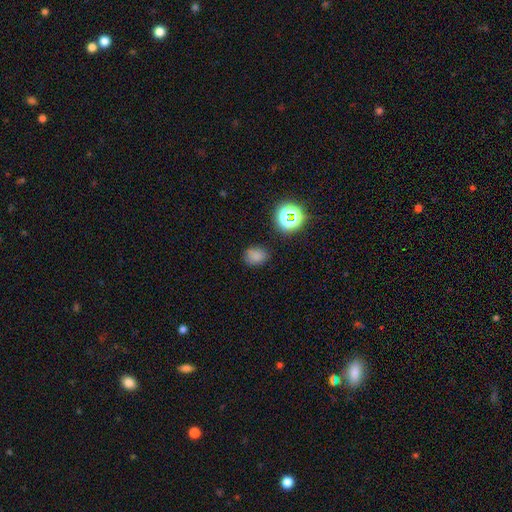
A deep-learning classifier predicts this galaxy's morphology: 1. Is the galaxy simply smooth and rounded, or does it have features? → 75% smooth, 19% star or artifact, 6% featured or disk.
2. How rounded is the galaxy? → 53% in between, 46% round, 1% cigar-shaped.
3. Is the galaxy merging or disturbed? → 78% none, 15% minor disturbance, 4% major disturbance, 3% merger.